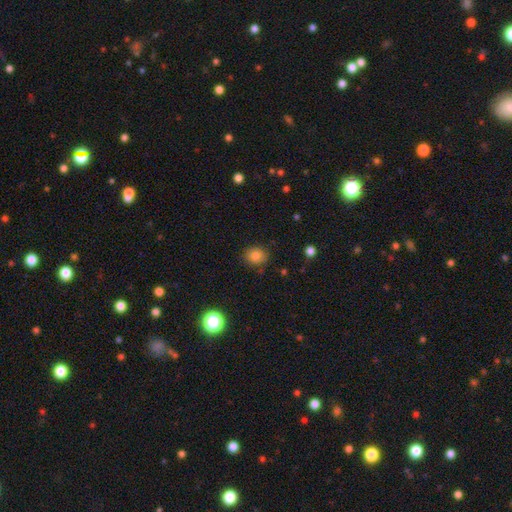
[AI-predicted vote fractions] This appears to be a smooth galaxy with no disk features (81%) that is round (71%). Merging: none (86%).